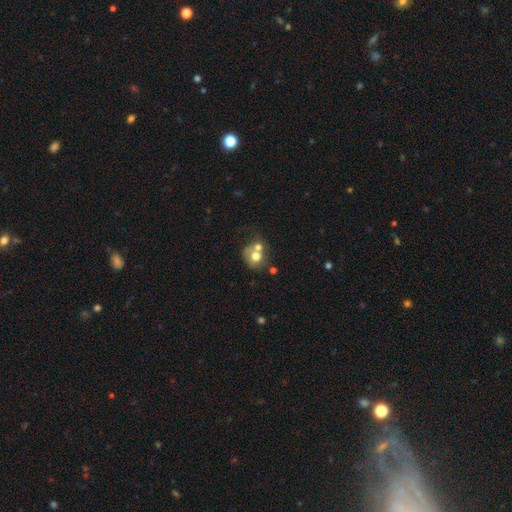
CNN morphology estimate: type=smooth (65%); roundness=round (68%); merging=merger (52%).